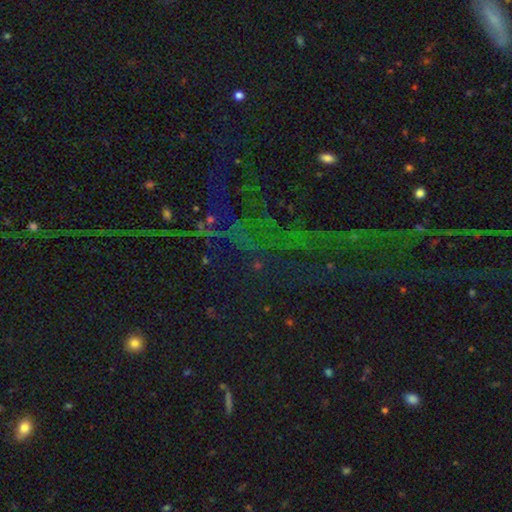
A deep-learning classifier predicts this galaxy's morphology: This appears to be a star or artifact, not a galaxy (80%).